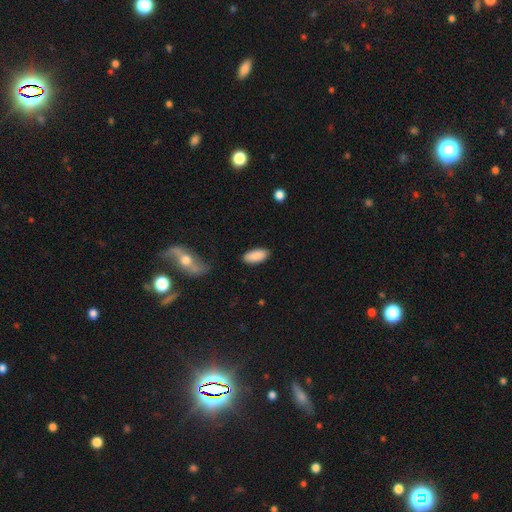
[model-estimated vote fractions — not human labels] Smooth or featured?
  - smooth: 89% *
  - star or artifact: 6%
  - featured or disk: 5%
How rounded?
  - in between: 87% *
  - cigar-shaped: 11%
  - round: 2%
Merging?
  - none: 86% *
  - minor disturbance: 10%
  - major disturbance: 2%
  - merger: 2%